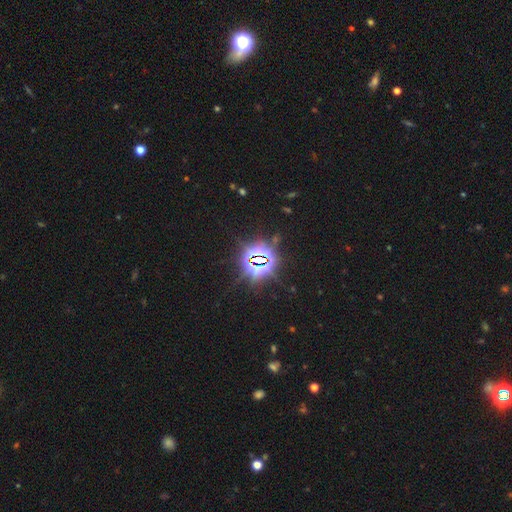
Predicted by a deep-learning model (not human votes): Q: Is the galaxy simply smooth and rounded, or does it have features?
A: star or artifact — 84%.